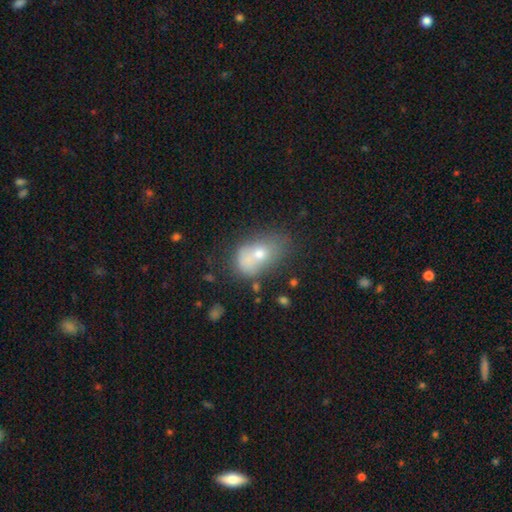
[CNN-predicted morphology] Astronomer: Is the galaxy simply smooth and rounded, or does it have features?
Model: smooth — 65%.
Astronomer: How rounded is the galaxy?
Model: in between — 77%.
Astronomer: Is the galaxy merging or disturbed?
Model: none — 31% (runner-up: merger, 28%).